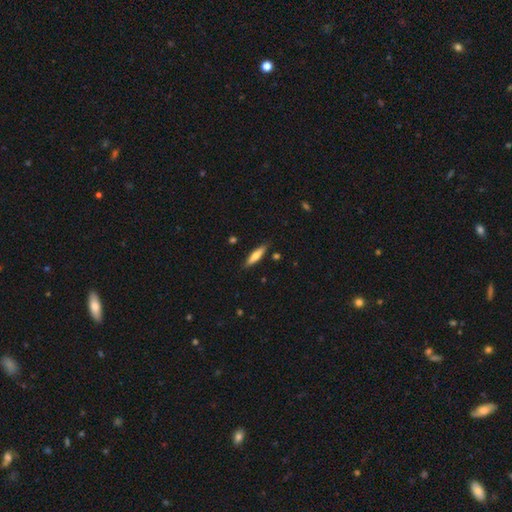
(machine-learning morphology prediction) Overall: smooth (64%; featured or disk 30%). How rounded: cigar-shaped (73%). Merging: none (85%).